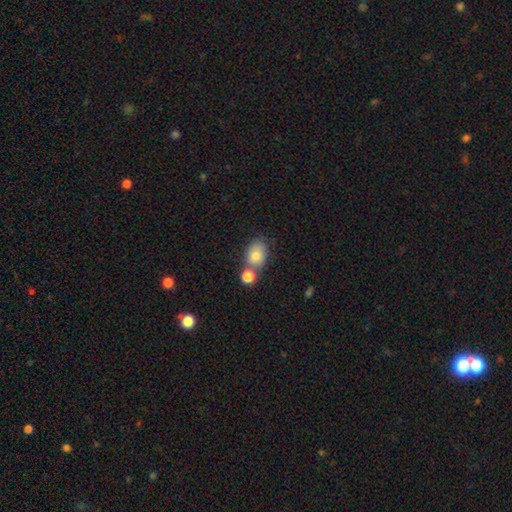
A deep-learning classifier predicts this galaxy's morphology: Smooth or featured?
  - smooth: 81% *
  - featured or disk: 10%
  - star or artifact: 9%
How rounded?
  - in between: 70% *
  - round: 29%
  - cigar-shaped: 1%
Merging?
  - none: 49% *
  - merger: 31%
  - minor disturbance: 15%
  - major disturbance: 5%